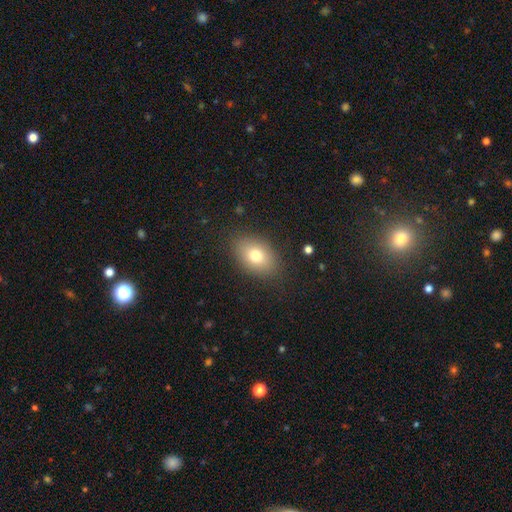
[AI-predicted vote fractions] smooth-or-featured: smooth: 76% | featured or disk: 15% | star or artifact: 9%
  how-rounded: in between: 83% | round: 16% | cigar-shaped: 1%
  merging: none: 84% | minor disturbance: 11% | major disturbance: 4% | merger: 1%